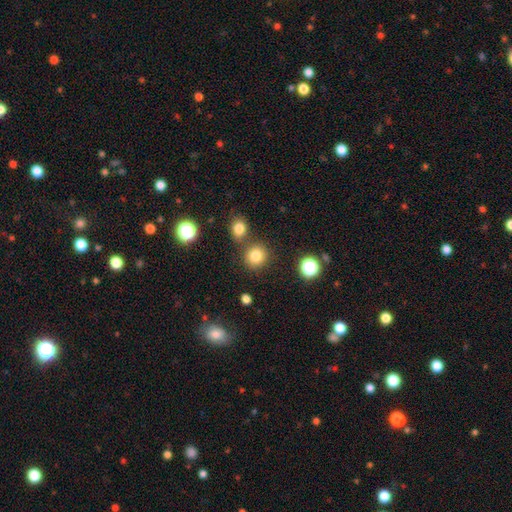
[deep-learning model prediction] Morphology: type=smooth (80%); roundness=round (88%); merging=none (76%).